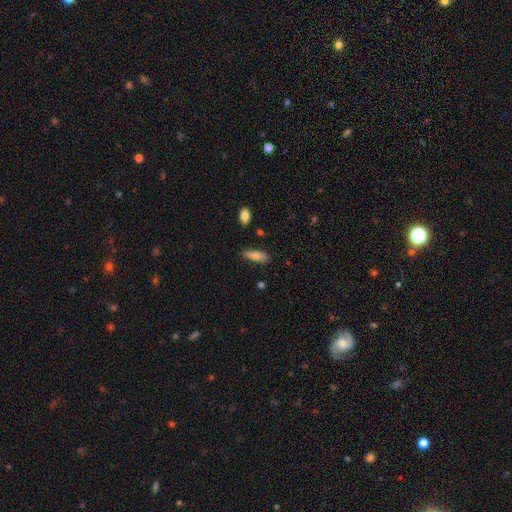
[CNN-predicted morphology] Smooth or featured?
  - smooth: 76% *
  - featured or disk: 17%
  - star or artifact: 7%
How rounded?
  - in between: 72% *
  - cigar-shaped: 26%
  - round: 2%
Merging?
  - none: 79% *
  - minor disturbance: 16%
  - major disturbance: 3%
  - merger: 2%